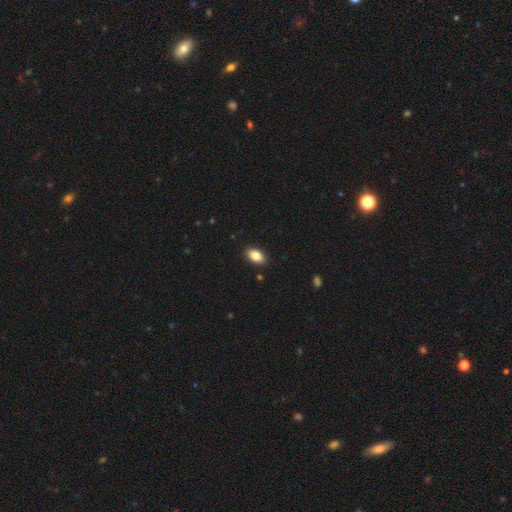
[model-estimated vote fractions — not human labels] smooth 85%, star or artifact 8%, featured or disk 7%. Down the decision tree: how rounded — in between (91%); merging — none (89%).